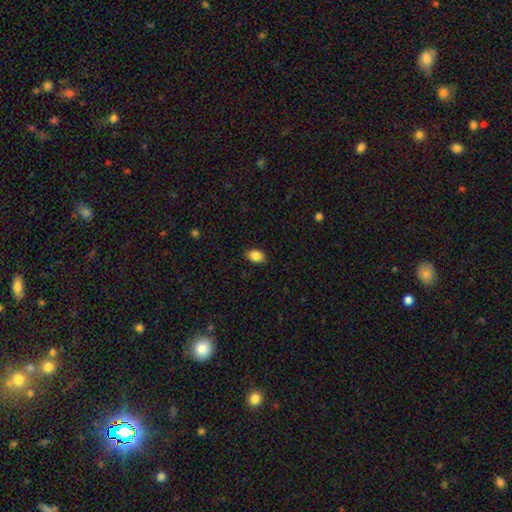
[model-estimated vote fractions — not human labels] This appears to be a smooth galaxy with no disk features (87%) that is in between round and cigar-shaped (84%). Merging: none (87%).